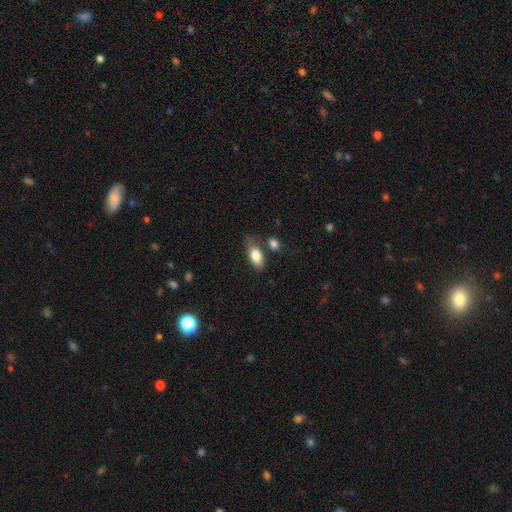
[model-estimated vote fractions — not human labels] Q: Smooth or featured?
A: smooth (82%); runner-up: featured or disk (11%)
Q: How rounded?
A: in between (88%); runner-up: cigar-shaped (8%)
Q: Merging?
A: none (59%); runner-up: minor disturbance (22%)